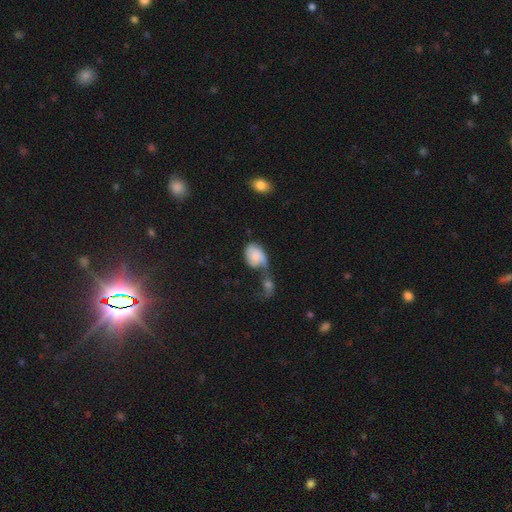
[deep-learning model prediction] Smooth or featured: smooth — 65% (featured or disk — 27%)
How rounded: in between — 74% (round — 24%)
Merging: merger — 51% (major disturbance — 22%)